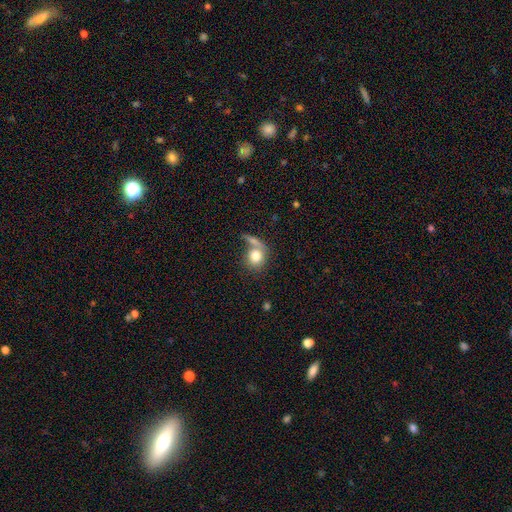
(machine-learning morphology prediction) Smooth or featured?
  - smooth: 78% *
  - featured or disk: 14%
  - star or artifact: 8%
How rounded?
  - round: 73% *
  - in between: 25%
  - cigar-shaped: 2%
Merging?
  - none: 45% *
  - merger: 33%
  - minor disturbance: 12%
  - major disturbance: 10%